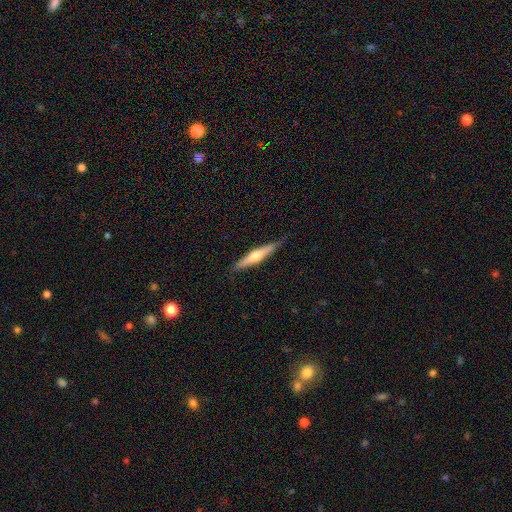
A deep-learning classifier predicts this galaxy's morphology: smooth_or_featured: featured or disk (p=0.59) [alt: smooth p=0.35]
disk_edge_on: yes (p=0.96) [alt: no p=0.04]
edge_on_bulge: rounded (p=0.89) [alt: none p=0.06]
merging: none (p=0.84) [alt: minor disturbance p=0.12]